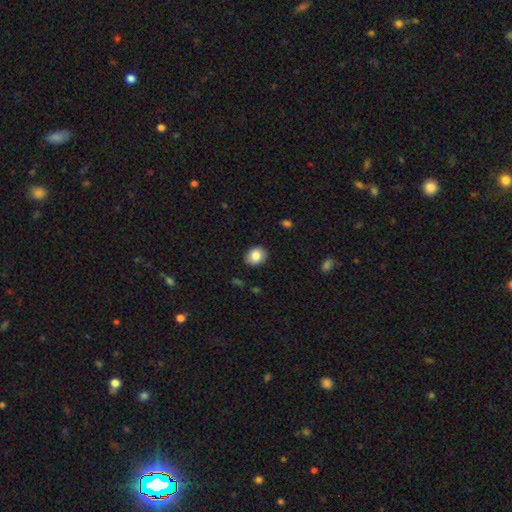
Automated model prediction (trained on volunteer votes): Smooth or featured? Predicted: smooth (p=0.85). How rounded? Predicted: round (p=0.53). Merging? Predicted: none (p=0.88).